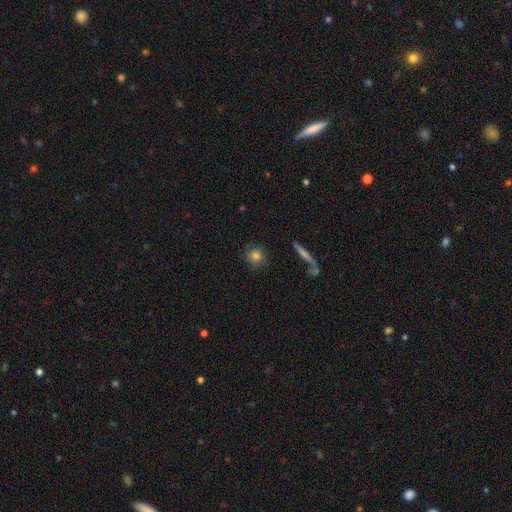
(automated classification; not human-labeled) Smooth or featured?
  - smooth: 79% *
  - featured or disk: 11%
  - star or artifact: 10%
How rounded?
  - round: 87% *
  - in between: 10%
  - cigar-shaped: 3%
Merging?
  - none: 83% *
  - minor disturbance: 10%
  - major disturbance: 4%
  - merger: 3%